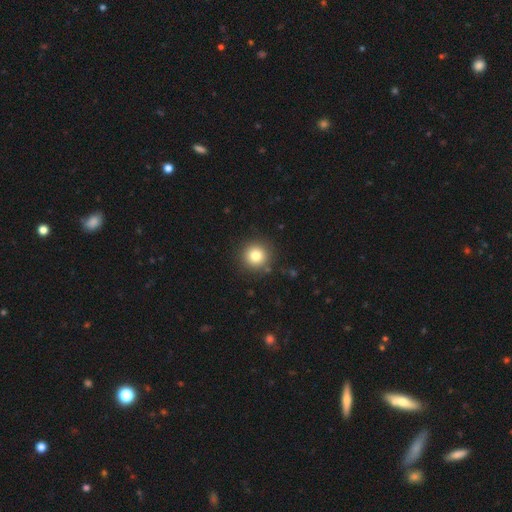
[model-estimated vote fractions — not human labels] This is clearly a smooth galaxy (81%). How rounded: clearly round (95%). Merging: clearly none (89%).